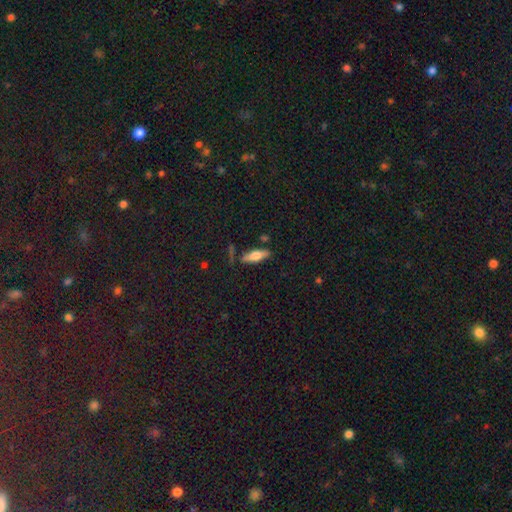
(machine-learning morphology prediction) Smooth or featured?
  - smooth: 58% *
  - featured or disk: 35%
  - star or artifact: 7%
How rounded?
  - in between: 53% *
  - cigar-shaped: 44%
  - round: 3%
Merging?
  - none: 79% *
  - minor disturbance: 13%
  - merger: 4%
  - major disturbance: 4%